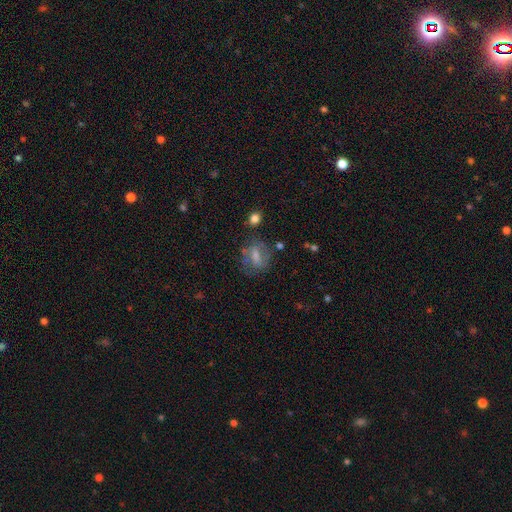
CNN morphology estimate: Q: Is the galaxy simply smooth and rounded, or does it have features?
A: smooth — 45%.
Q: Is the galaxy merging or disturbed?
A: none — 68%.